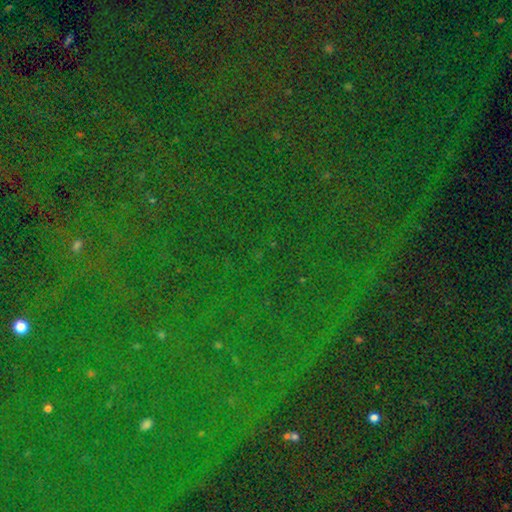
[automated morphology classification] Smooth or featured: star or artifact — 85% (smooth — 8%)